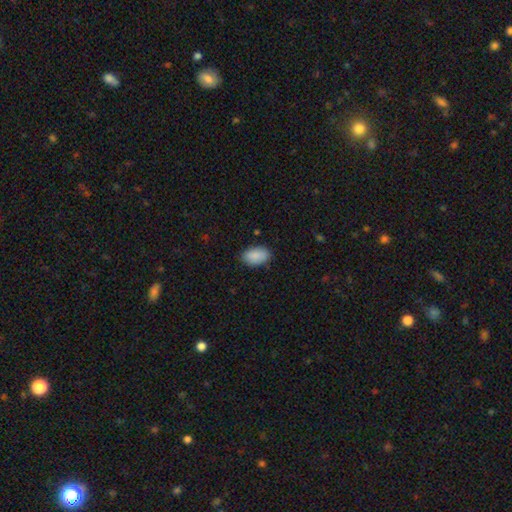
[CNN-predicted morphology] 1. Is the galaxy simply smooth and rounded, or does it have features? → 89% smooth, 6% star or artifact, 5% featured or disk.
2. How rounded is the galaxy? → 93% in between, 5% round, 2% cigar-shaped.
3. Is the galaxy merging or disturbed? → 83% none, 13% minor disturbance, 3% major disturbance, 1% merger.